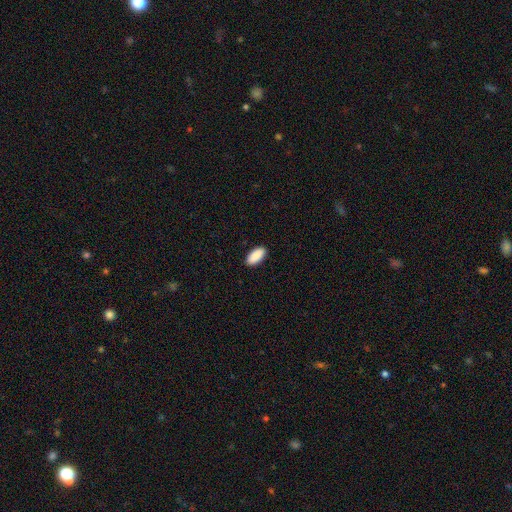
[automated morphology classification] Smooth or featured? smooth (90%)
How rounded? in between (92%)
Merging? none (90%)